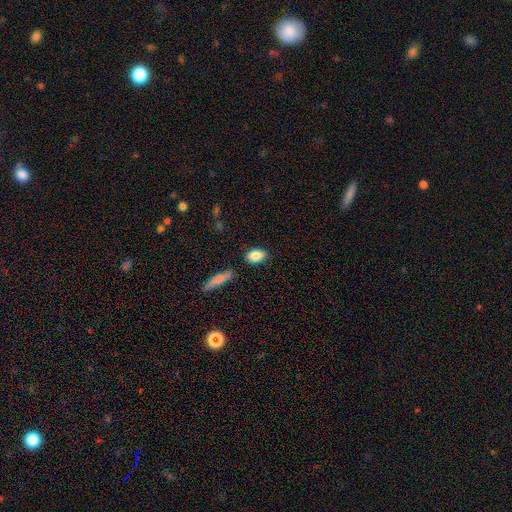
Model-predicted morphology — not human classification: A smooth galaxy with no disk features (85%) that is in between round and cigar-shaped (85%).

Vote fractions:
- Smooth or featured? smooth: 85% / featured or disk: 8% / star or artifact: 7%
- How rounded? in between: 85% / round: 11% / cigar-shaped: 4%
- Merging? none: 83% / minor disturbance: 11% / merger: 4% / major disturbance: 2%